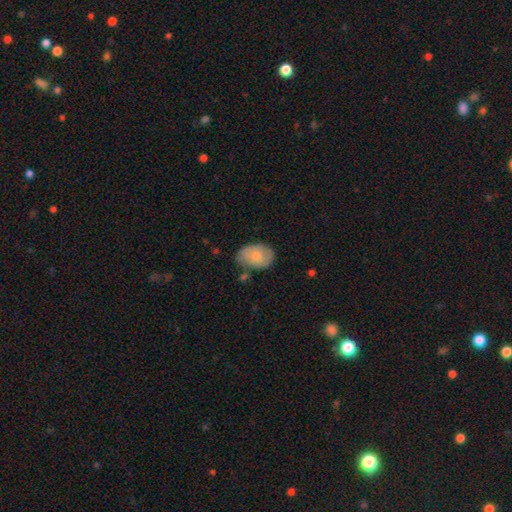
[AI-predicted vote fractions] Smooth or featured?
  - smooth: 72% *
  - featured or disk: 22%
  - star or artifact: 6%
How rounded?
  - in between: 82% *
  - round: 17%
  - cigar-shaped: 1%
Merging?
  - none: 68% *
  - minor disturbance: 22%
  - major disturbance: 5%
  - merger: 5%